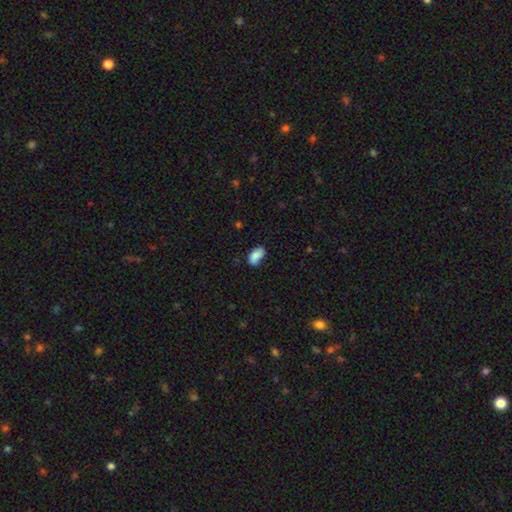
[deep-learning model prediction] Q: Smooth or featured?
A: smooth (87%); runner-up: star or artifact (7%)
Q: How rounded?
A: in between (93%); runner-up: round (4%)
Q: Merging?
A: none (70%); runner-up: minor disturbance (23%)